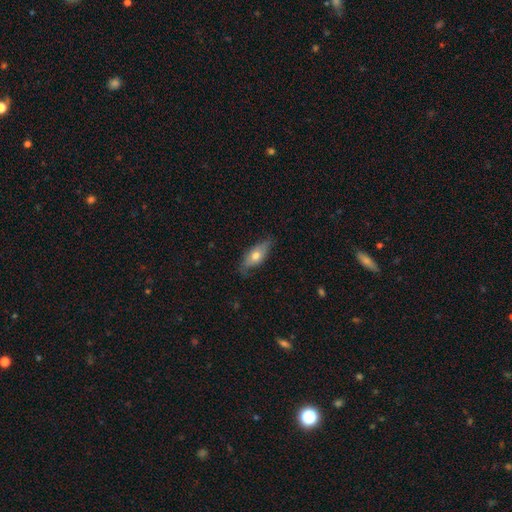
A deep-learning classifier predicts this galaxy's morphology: This is possibly a smooth galaxy (58%). How rounded: likely in between (79%). Merging: likely none (69%).